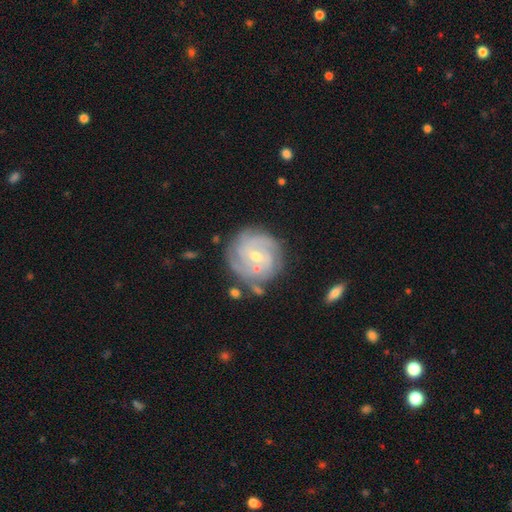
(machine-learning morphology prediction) The model was most divided on "spiral arm count": can't tell: 30%, 3: 26%, 2: 20%, 4: 14%, more than 4: 5%, 1: 5%. More confident: edge-on disk — no (97%); spiral arms — yes (93%); smooth or featured — featured or disk (80%); merging — none (73%); spiral winding — tight (68%); bar — no (54%); bulge size — small (52%).